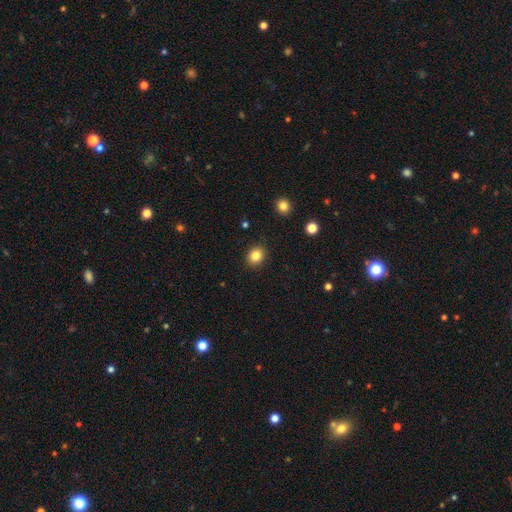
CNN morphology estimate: Smooth or featured? Predicted: smooth (p=0.84). How rounded? Predicted: round (p=0.73). Merging? Predicted: none (p=0.91).